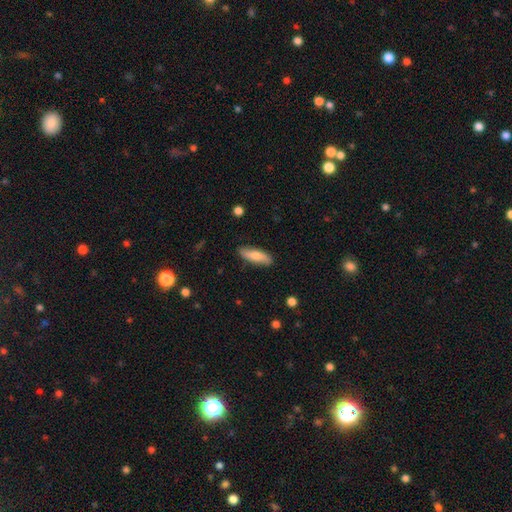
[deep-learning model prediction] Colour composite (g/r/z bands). It shows a smooth galaxy with no disk features (73%) that is cigar-shaped (50%). Merging: none (85%).